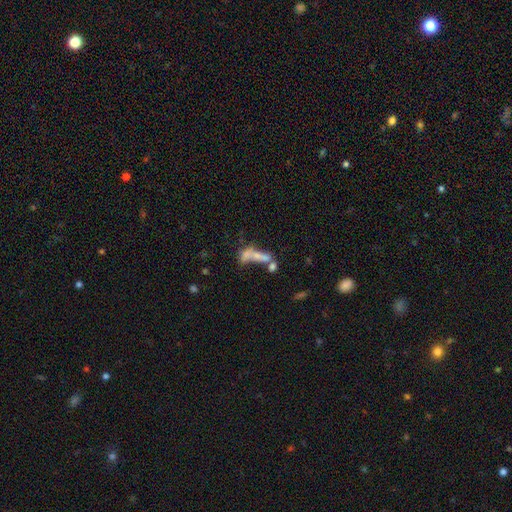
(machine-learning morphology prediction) This is possibly a smooth galaxy (47%). Merging: possibly merger (55%).